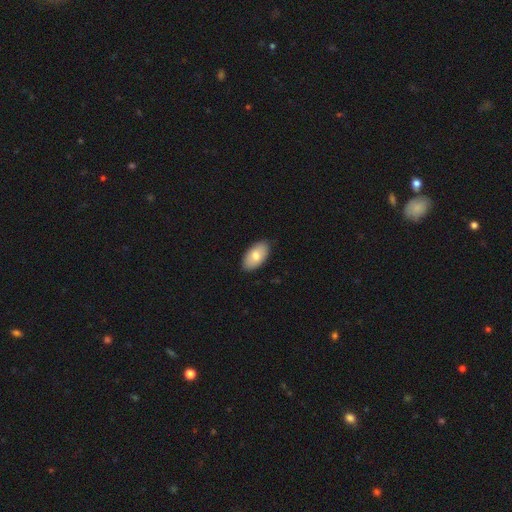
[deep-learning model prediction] smooth 78%, featured or disk 16%, star or artifact 6%. Down the decision tree: how rounded — in between (95%); merging — none (87%).